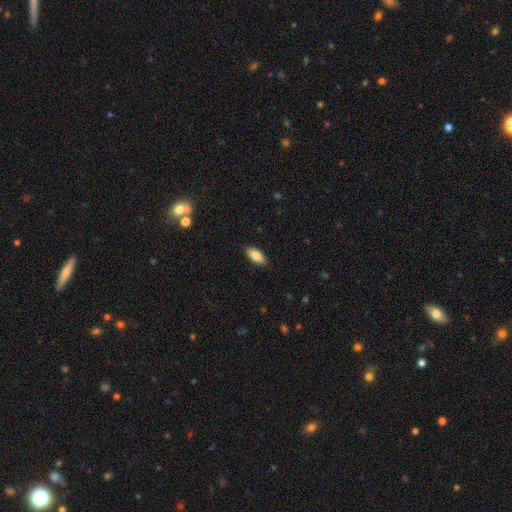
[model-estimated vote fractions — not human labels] Q: Smooth or featured?
A: smooth (82%); runner-up: featured or disk (11%)
Q: How rounded?
A: in between (83%); runner-up: cigar-shaped (14%)
Q: Merging?
A: none (88%); runner-up: minor disturbance (9%)